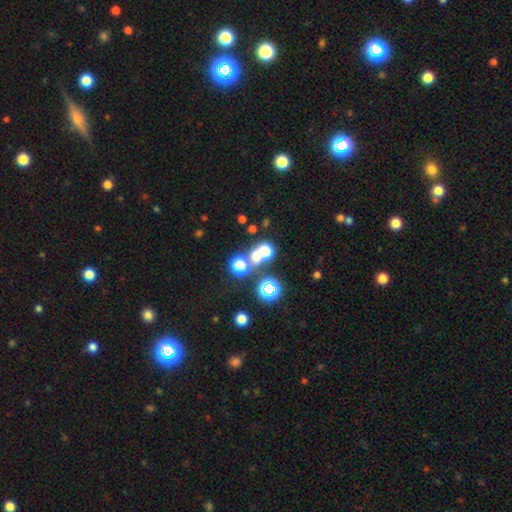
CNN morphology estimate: Smooth or featured? smooth (51%)
How rounded? round (81%)
Merging? none (52%)